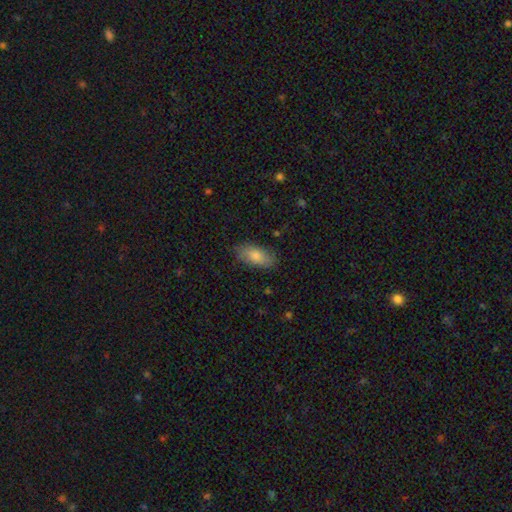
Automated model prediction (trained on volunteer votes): smooth-or-featured: smooth: 79% | featured or disk: 15% | star or artifact: 7%
  how-rounded: in between: 89% | cigar-shaped: 8% | round: 3%
  merging: none: 83% | minor disturbance: 13% | major disturbance: 3% | merger: 1%